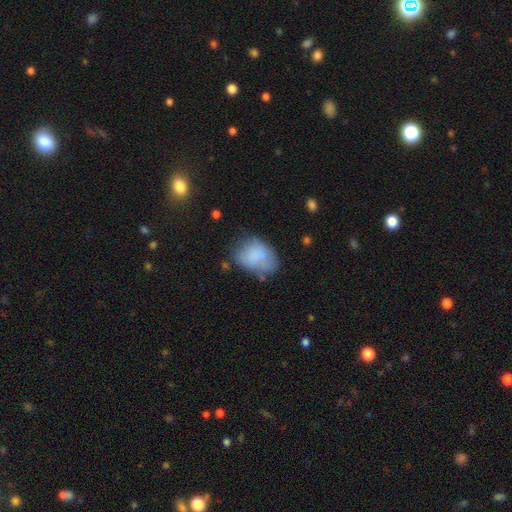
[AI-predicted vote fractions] Morphology: type=smooth (73%); roundness=in between (76%); merging=none (44%).